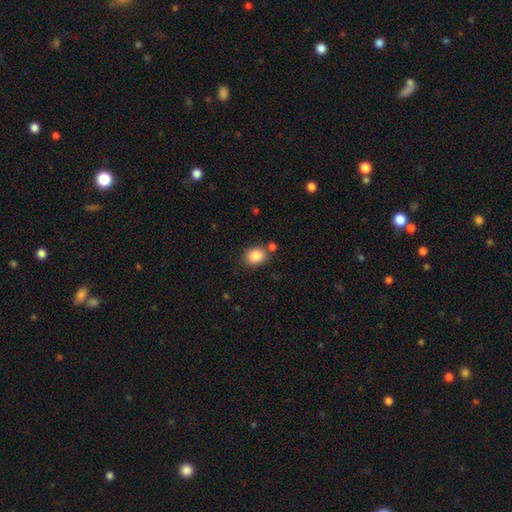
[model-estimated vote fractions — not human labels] smooth_or_featured: smooth (p=0.87) [alt: star or artifact p=0.09]
how_rounded: round (p=0.53) [alt: in between p=0.46]
merging: none (p=0.74) [alt: minor disturbance p=0.12]